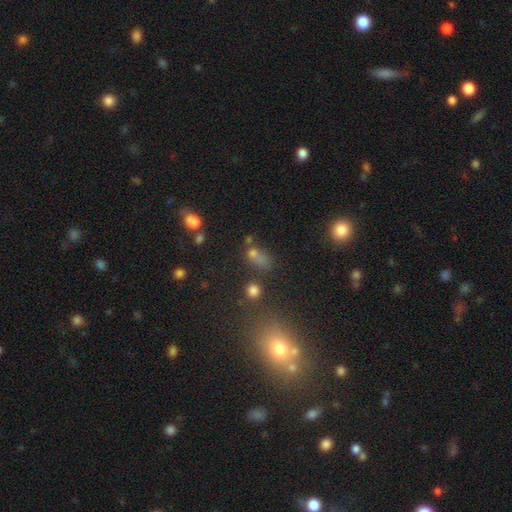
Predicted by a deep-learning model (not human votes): Q: Smooth or featured?
A: smooth (64%); runner-up: star or artifact (25%)
Q: How rounded?
A: in between (62%); runner-up: round (32%)
Q: Merging?
A: none (42%); runner-up: merger (24%)